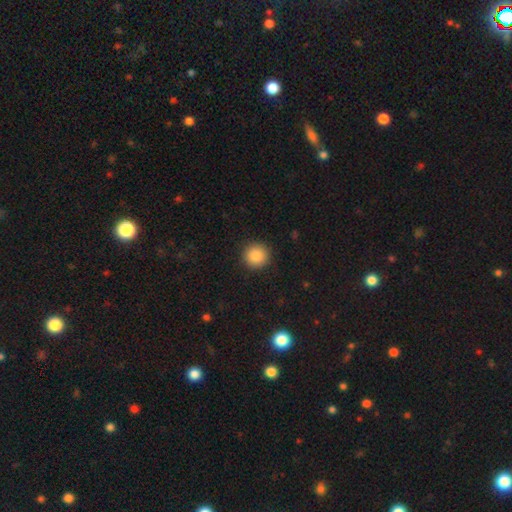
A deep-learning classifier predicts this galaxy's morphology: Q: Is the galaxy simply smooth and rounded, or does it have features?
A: smooth — 87%.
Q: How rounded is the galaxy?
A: round — 95%.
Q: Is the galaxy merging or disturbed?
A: none — 92%.